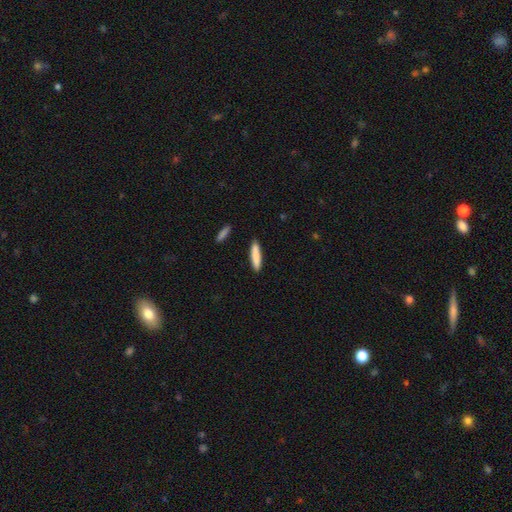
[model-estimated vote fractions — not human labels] Morphology: type=smooth (84%); roundness=cigar-shaped (87%); merging=none (90%).